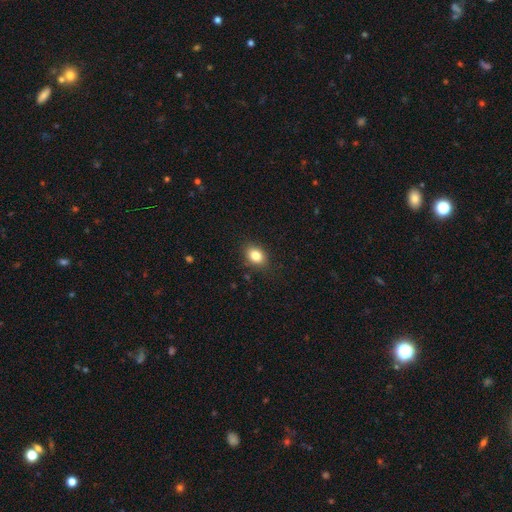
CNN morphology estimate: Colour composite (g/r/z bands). It shows a smooth galaxy with no disk features (82%) that is in between round and cigar-shaped (66%). Merging: none (85%).